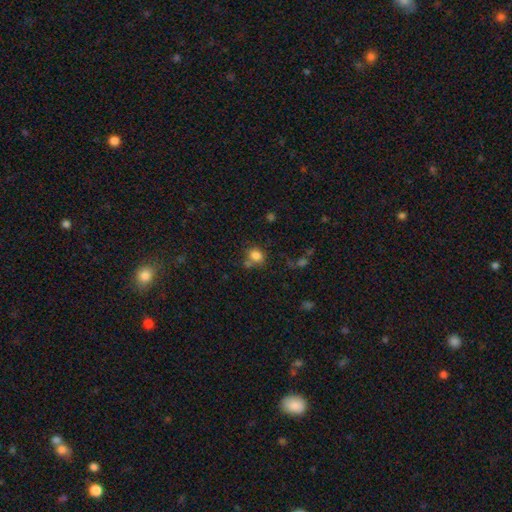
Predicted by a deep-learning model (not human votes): Smooth or featured: smooth — 81% (star or artifact — 12%)
How rounded: round — 51% (in between — 47%)
Merging: none — 58% (merger — 20%)